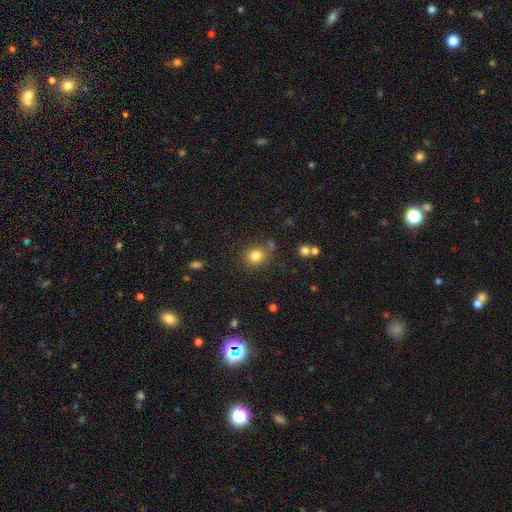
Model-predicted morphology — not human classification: A smooth galaxy with no disk features (81%) that is round (74%). Merging: none (78%).